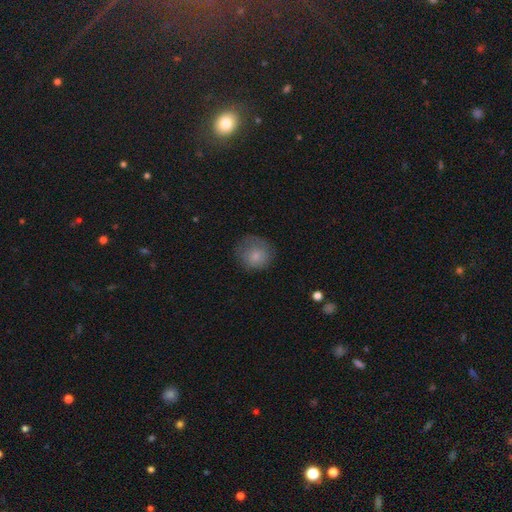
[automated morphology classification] This appears to be a smooth galaxy with no disk features (80%) that is round (84%). Merging: none (65%).